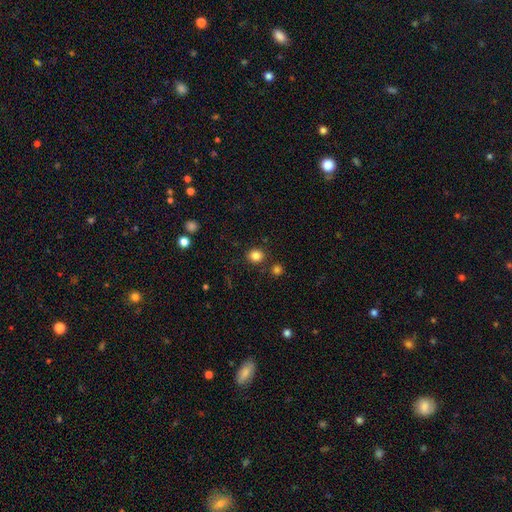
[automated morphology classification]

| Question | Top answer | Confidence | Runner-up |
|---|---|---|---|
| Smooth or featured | smooth | 84% | star or artifact (12%) |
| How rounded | round | 78% | in between (21%) |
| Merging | none | 84% | minor disturbance (8%) |